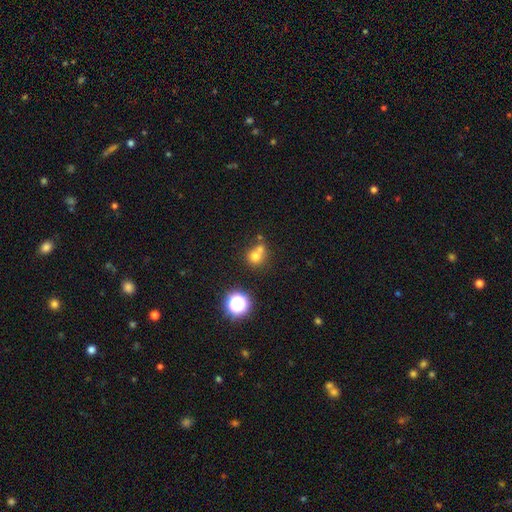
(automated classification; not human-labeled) A smooth galaxy with no disk features (69%) that is round (85%).

Vote fractions:
- Smooth or featured? smooth: 69% / star or artifact: 18% / featured or disk: 12%
- How rounded? round: 85% / in between: 14% / cigar-shaped: 1%
- Merging? merger: 44% (tied) / none: 44% (tied) / minor disturbance: 8% / major disturbance: 4%